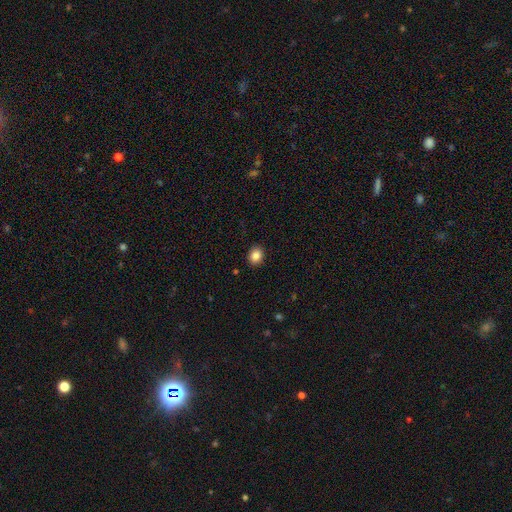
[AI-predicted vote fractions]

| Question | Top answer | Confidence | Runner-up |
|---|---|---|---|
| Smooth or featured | smooth | 86% | star or artifact (10%) |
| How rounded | round | 54% | in between (45%) |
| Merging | none | 90% | minor disturbance (7%) |